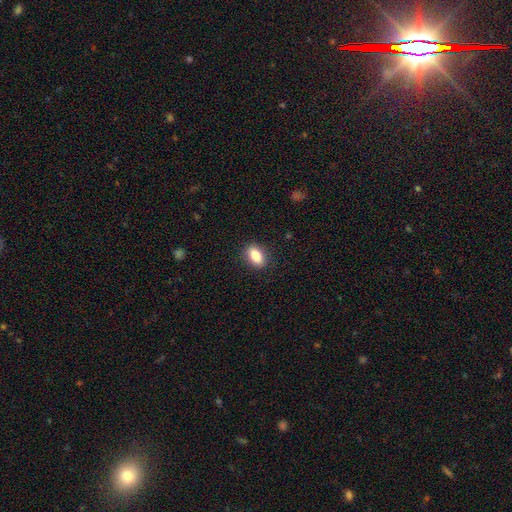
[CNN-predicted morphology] A smooth galaxy with no disk features (87%) that is in between round and cigar-shaped (88%). Merging: none (87%).